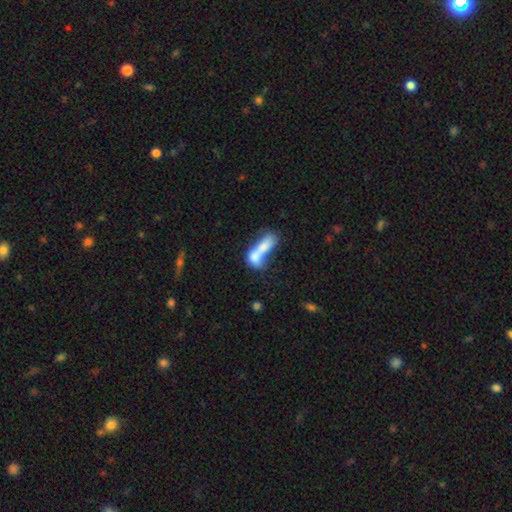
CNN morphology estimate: This is likely a smooth galaxy (67%). How rounded: possibly in between (59%). Merging: likely merger (69%).